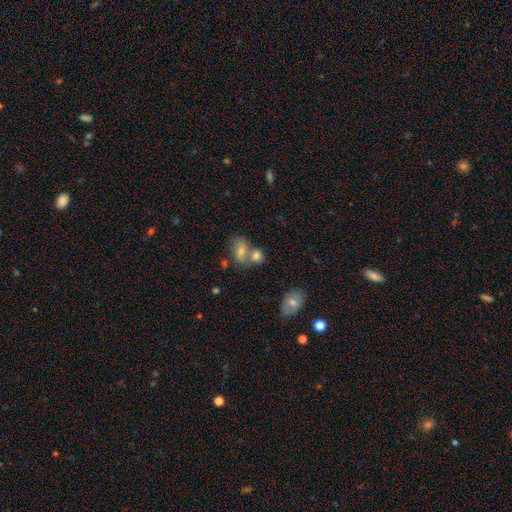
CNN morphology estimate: Smooth or featured? Predicted: smooth (p=0.72). How rounded? Predicted: in between (p=0.54). Merging? Predicted: merger (p=0.50).